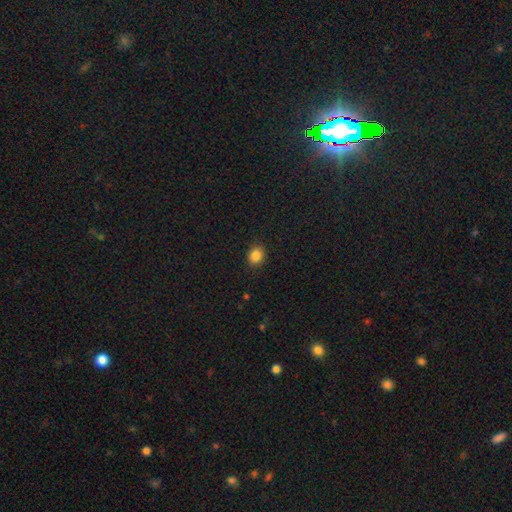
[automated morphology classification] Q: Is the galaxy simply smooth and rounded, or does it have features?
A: smooth — 86%.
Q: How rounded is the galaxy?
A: round — 63%.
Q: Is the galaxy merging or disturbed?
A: none — 90%.